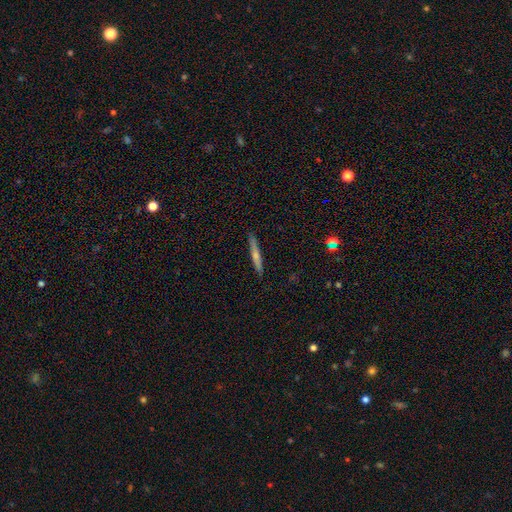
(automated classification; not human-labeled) Overall: featured or disk (52%; smooth 41%). Edge-on disk: yes (97%). Edge-on bulge: rounded (63%; none 32%). Merging: none (90%).